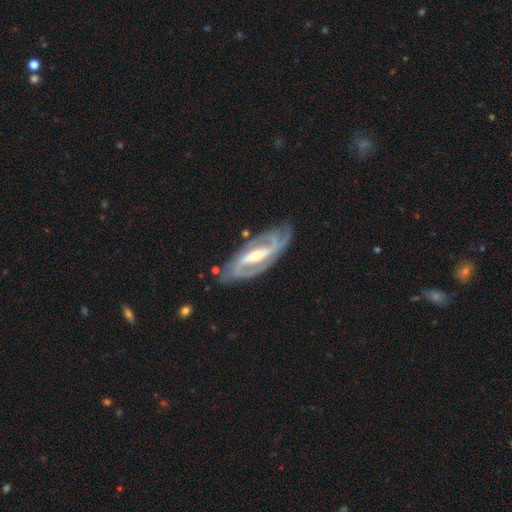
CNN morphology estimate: Smooth or featured: featured or disk — 91% (smooth — 5%)
Edge-on disk: no — 93% (yes — 7%)
Bar: strong — 57% (weak — 30%)
Spiral arms: yes — 97% (no — 3%)
Spiral winding: medium — 48% (tight — 41%)
Spiral arm count: 2 — 78% (3 — 10%)
Bulge size: moderate — 55% (small — 37%)
Merging: none — 78% (minor disturbance — 16%)